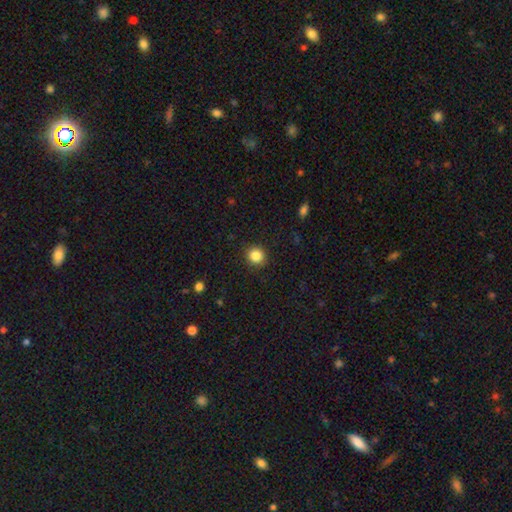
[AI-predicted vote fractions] This is clearly a smooth galaxy (85%). How rounded: clearly round (88%). Merging: clearly none (91%).